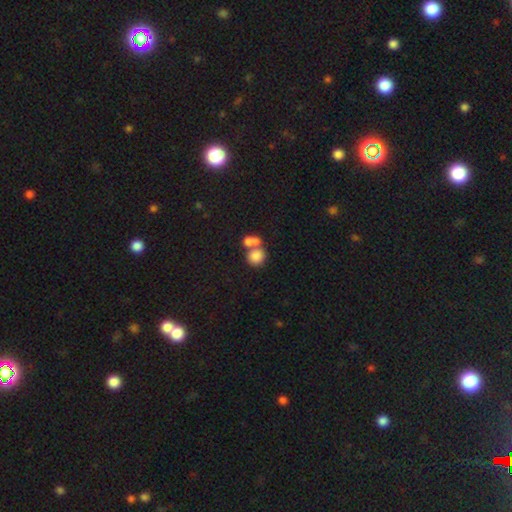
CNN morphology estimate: A smooth galaxy with no disk features (77%) that is round (83%).

Vote fractions:
- Smooth or featured? smooth: 77% / featured or disk: 13% / star or artifact: 10%
- How rounded? round: 83% / in between: 16% / cigar-shaped: 1%
- Merging? merger: 51% / none: 37% / minor disturbance: 7% / major disturbance: 4%